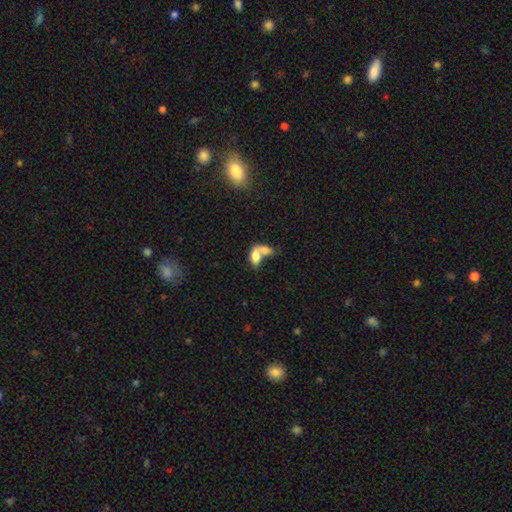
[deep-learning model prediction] Q: Smooth or featured?
A: smooth (73%); runner-up: featured or disk (18%)
Q: How rounded?
A: in between (87%); runner-up: round (8%)
Q: Merging?
A: merger (70%); runner-up: none (17%)